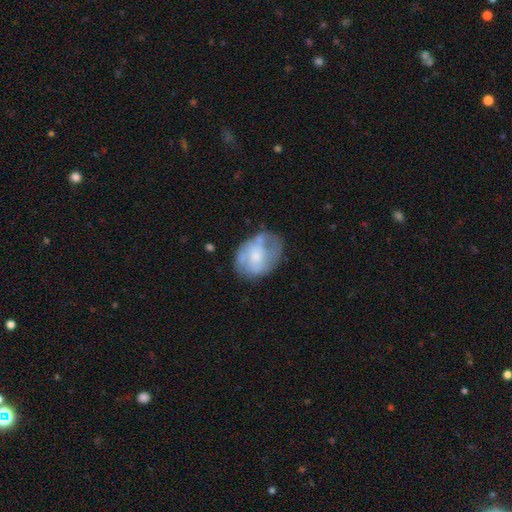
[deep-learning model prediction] Morphology: type=featured or disk (52%); edge-on=no (97%); bar=no (73%); spiral arms=no (51%); bulge=small (45%); merging=none (47%).